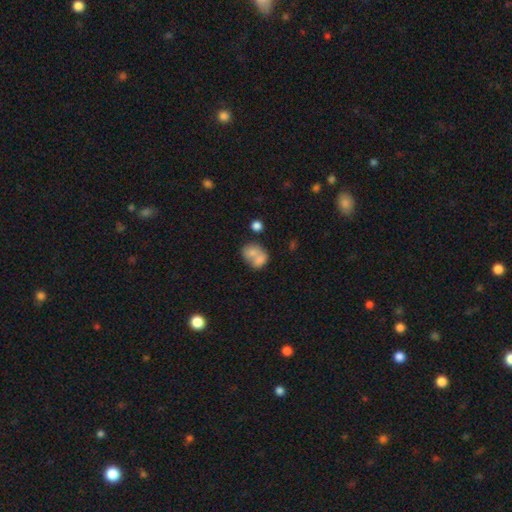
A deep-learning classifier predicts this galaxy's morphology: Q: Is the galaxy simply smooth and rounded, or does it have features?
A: smooth — 73%.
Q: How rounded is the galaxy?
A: round — 49%, tied with in between.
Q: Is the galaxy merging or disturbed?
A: merger — 59%.